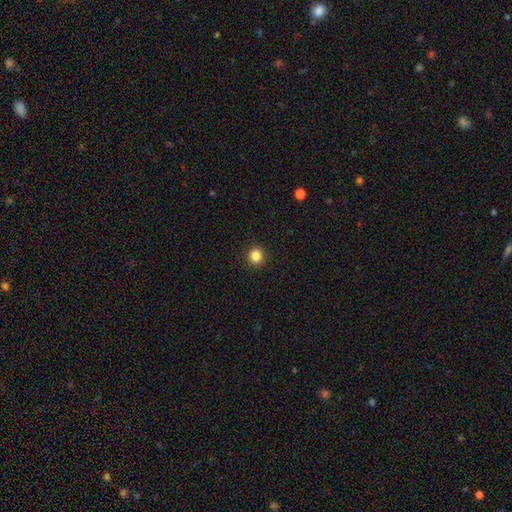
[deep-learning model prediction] Morphology: type=smooth (84%); roundness=round (90%); merging=none (92%).